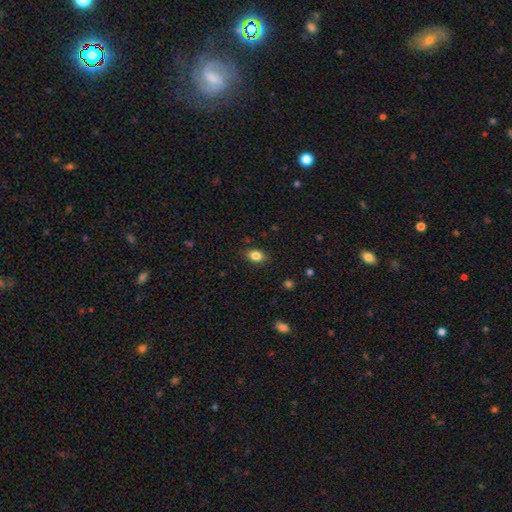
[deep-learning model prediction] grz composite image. It shows a smooth galaxy with no disk features (84%) that is in between round and cigar-shaped (81%). Merging: none (85%).